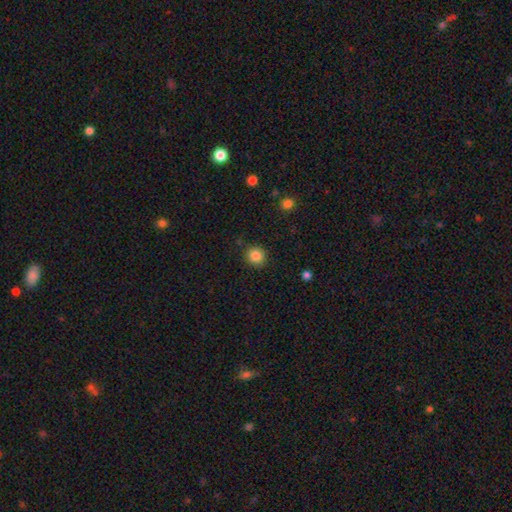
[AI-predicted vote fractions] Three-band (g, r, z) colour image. It shows a smooth galaxy with no disk features (85%) that is round (90%). Merging: none (88%).